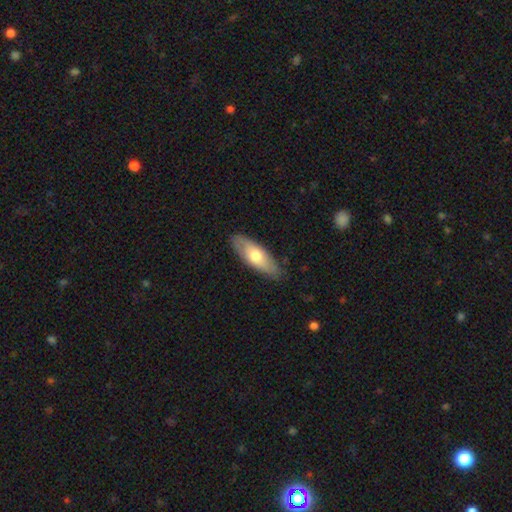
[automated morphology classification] Smooth or featured? Predicted: smooth (p=0.64). How rounded? Predicted: in between (p=0.68). Merging? Predicted: none (p=0.83).